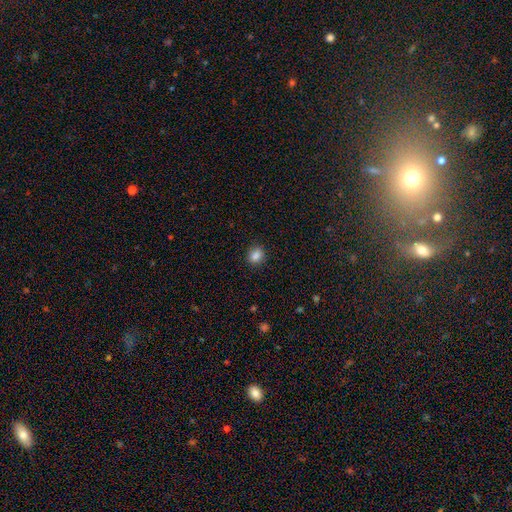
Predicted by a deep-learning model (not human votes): Morphology: type=smooth (86%); roundness=round (67%); merging=none (88%).